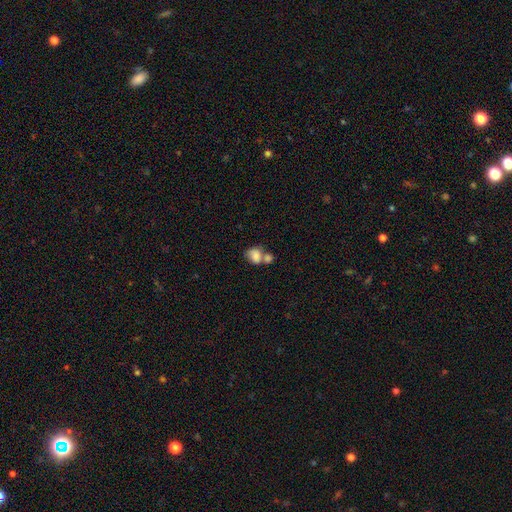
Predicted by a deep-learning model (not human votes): Smooth or featured: smooth — 75% (featured or disk — 16%)
How rounded: in between — 56% (round — 43%)
Merging: merger — 57% (none — 24%)